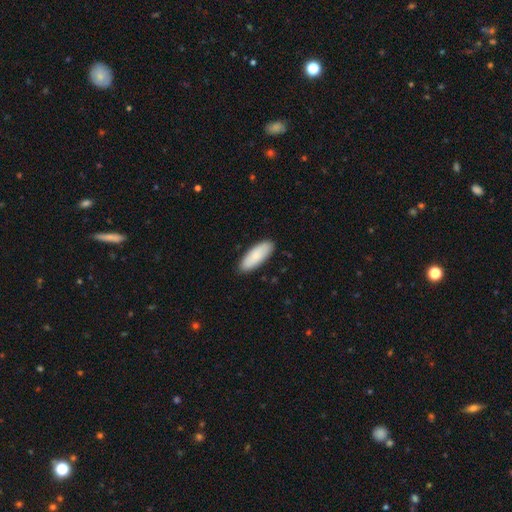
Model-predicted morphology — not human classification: smooth 85%, featured or disk 10%, star or artifact 5%. Down the decision tree: how rounded — in between (74%); merging — none (88%).